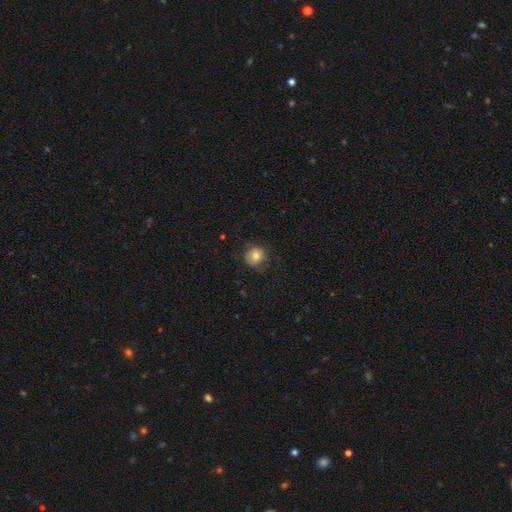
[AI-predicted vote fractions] The model was most divided on "merging": none: 78%, minor disturbance: 16%, major disturbance: 6%, merger: 1%. More confident: how rounded — round (87%); smooth or featured — smooth (79%).